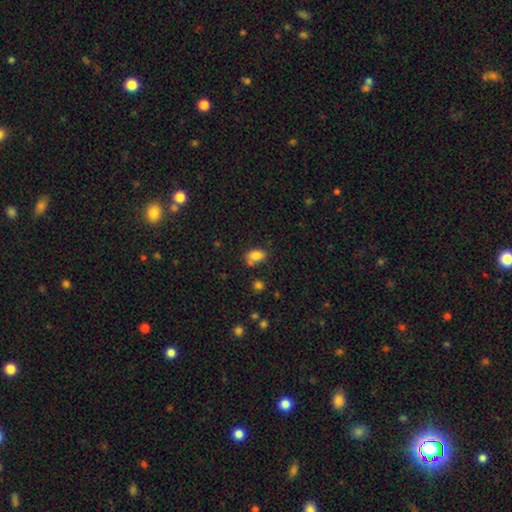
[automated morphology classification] smooth 81%, star or artifact 10%, featured or disk 9%. Down the decision tree: how rounded — in between (86%); merging — none (55%).